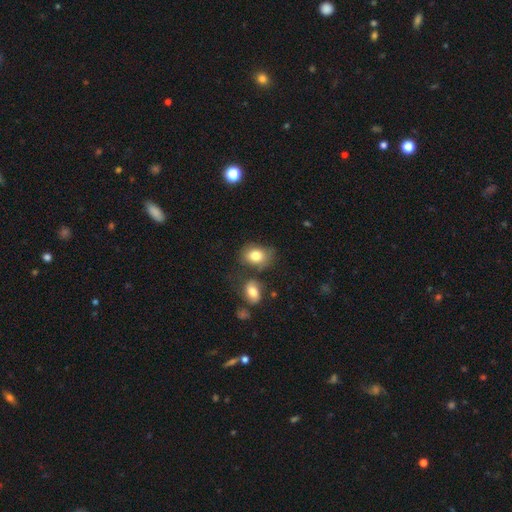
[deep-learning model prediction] Smooth or featured? smooth (81%)
How rounded? in between (63%)
Merging? none (62%)